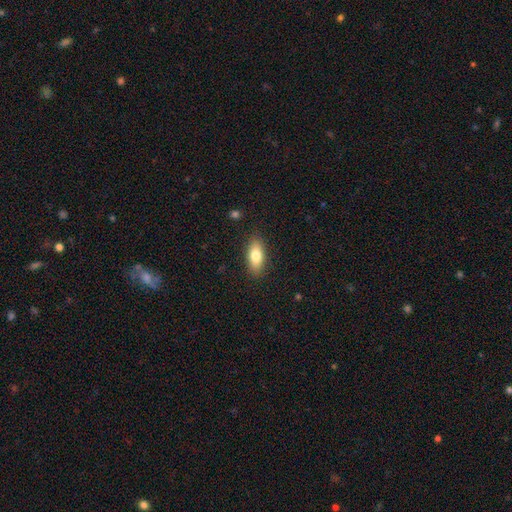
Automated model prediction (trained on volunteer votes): smooth_or_featured: smooth (p=0.77) [alt: featured or disk p=0.16]
how_rounded: in between (p=0.80) [alt: cigar-shaped p=0.16]
merging: none (p=0.87) [alt: minor disturbance p=0.09]